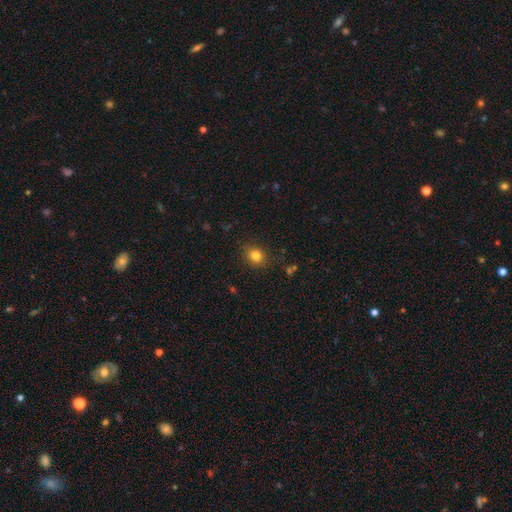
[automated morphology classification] The model was most divided on "how rounded": round: 66%, in between: 33%, cigar-shaped: 1%. More confident: merging — none (86%); smooth or featured — smooth (81%).